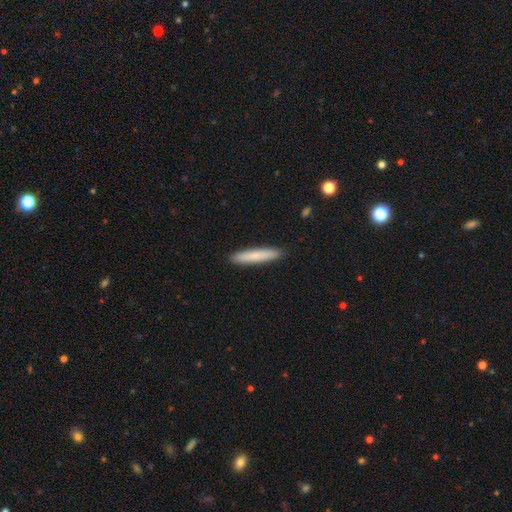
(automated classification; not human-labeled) Smooth or featured? smooth (80%)
How rounded? cigar-shaped (93%)
Merging? none (92%)